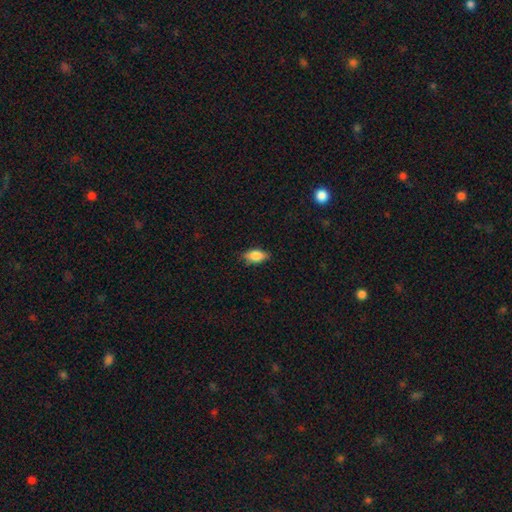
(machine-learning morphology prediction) This is likely a smooth galaxy (78%). How rounded: clearly in between (86%). Merging: likely none (79%).